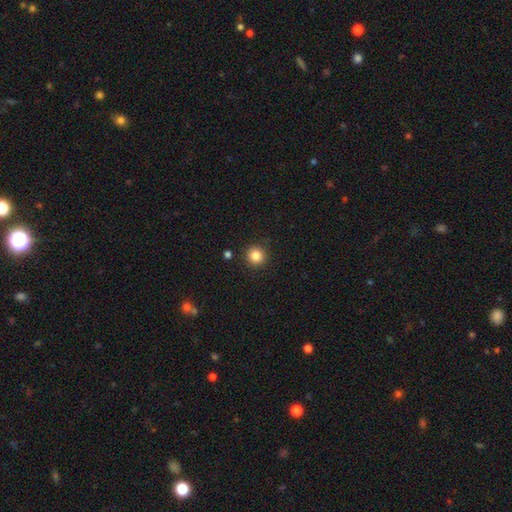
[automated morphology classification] This appears to be a smooth galaxy with no disk features (84%) that is round (94%). Merging: none (91%).